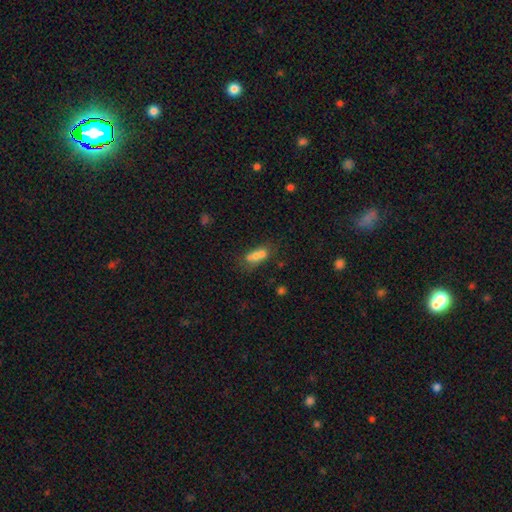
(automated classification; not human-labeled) smooth_or_featured: smooth (p=0.64) [alt: featured or disk p=0.24]
how_rounded: in between (p=0.65) [alt: round p=0.24]
merging: merger (p=0.58) [alt: none p=0.26]